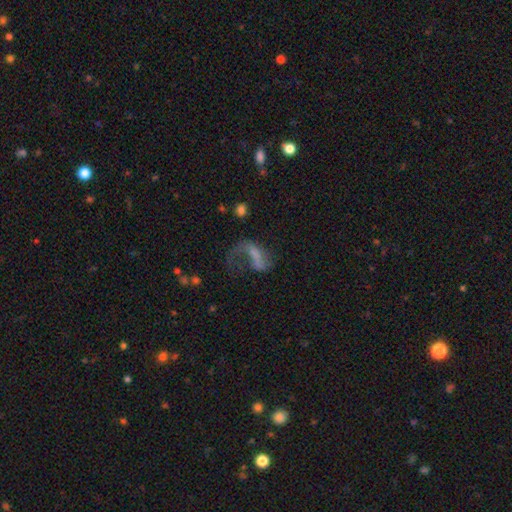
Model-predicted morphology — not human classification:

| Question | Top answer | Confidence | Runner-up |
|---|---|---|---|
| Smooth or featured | featured or disk | 58% | smooth (30%) |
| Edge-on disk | no | 95% | yes (5%) |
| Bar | no | 46% | weak (32%) |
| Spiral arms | yes | 67% | no (33%) |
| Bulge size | none | 60% | small (21%) |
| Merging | major disturbance | 54% | none (27%) |